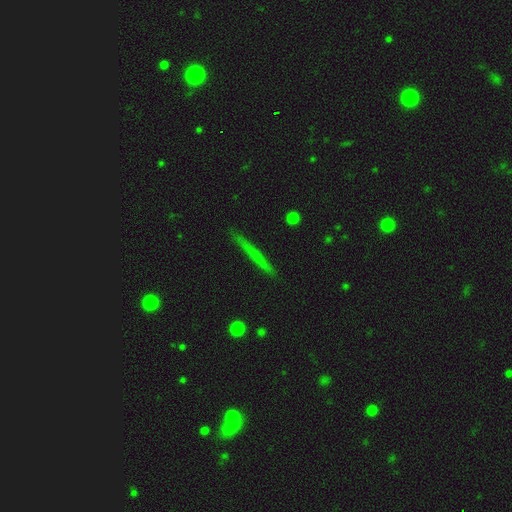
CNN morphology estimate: A smooth galaxy with no disk features (53%) that is cigar-shaped (95%). Merging: none (89%).